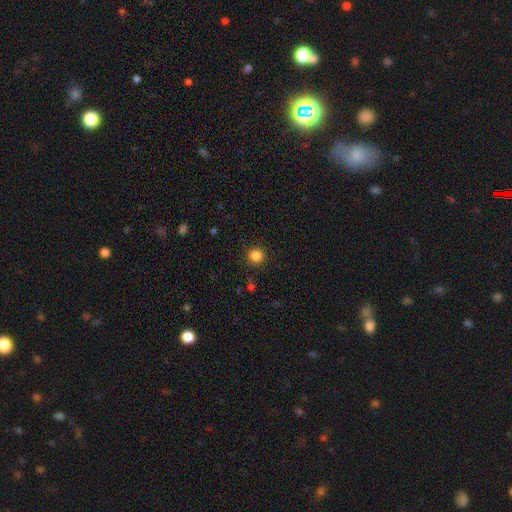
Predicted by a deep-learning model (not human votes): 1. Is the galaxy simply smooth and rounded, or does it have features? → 85% smooth, 12% star or artifact, 4% featured or disk.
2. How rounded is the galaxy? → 94% round, 5% in between, 1% cigar-shaped.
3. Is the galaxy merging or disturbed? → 91% none, 6% minor disturbance, 2% major disturbance, 1% merger.